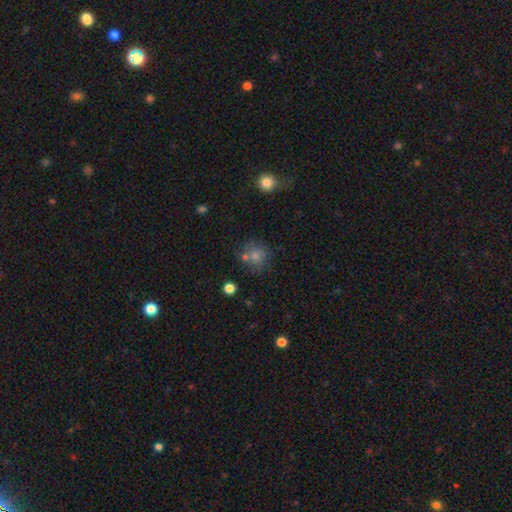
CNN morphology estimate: Smooth or featured: smooth — 69% (star or artifact — 19%)
How rounded: round — 87% (in between — 12%)
Merging: none — 66% (merger — 17%)